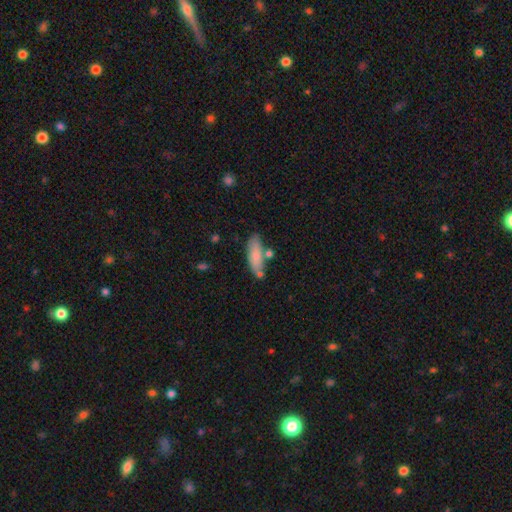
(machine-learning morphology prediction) smooth_or_featured: smooth (p=0.83) [alt: featured or disk p=0.11]
how_rounded: in between (p=0.58) [alt: cigar-shaped p=0.40]
merging: none (p=0.70) [alt: minor disturbance p=0.17]